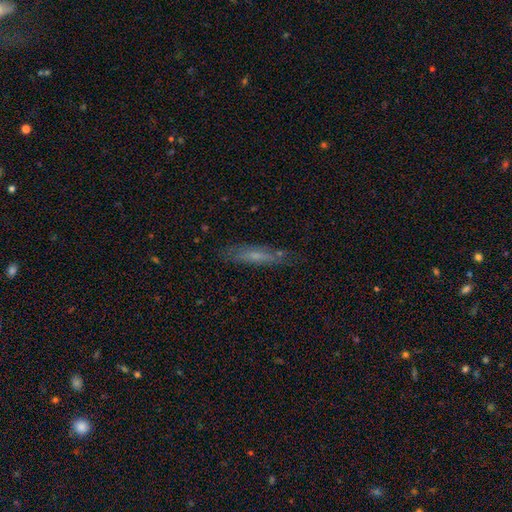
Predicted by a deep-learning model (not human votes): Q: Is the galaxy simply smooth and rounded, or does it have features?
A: smooth — 54%.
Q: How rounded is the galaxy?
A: cigar-shaped — 83%.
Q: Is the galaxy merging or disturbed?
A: none — 73%.